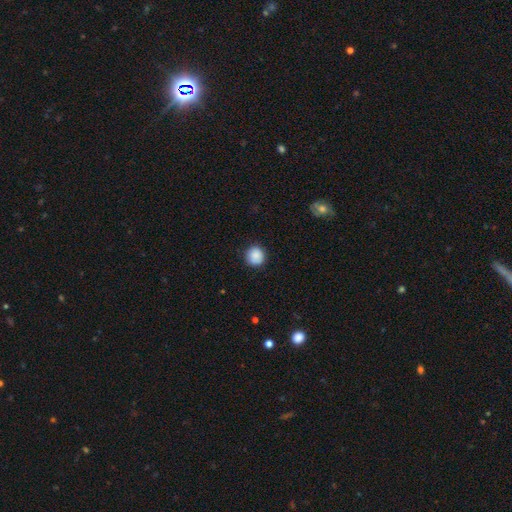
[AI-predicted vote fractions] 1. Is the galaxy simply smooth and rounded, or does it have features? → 88% smooth, 8% star or artifact, 4% featured or disk.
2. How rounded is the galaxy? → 92% round, 7% in between, 1% cigar-shaped.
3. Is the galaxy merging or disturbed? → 88% none, 9% minor disturbance, 2% major disturbance, 1% merger.